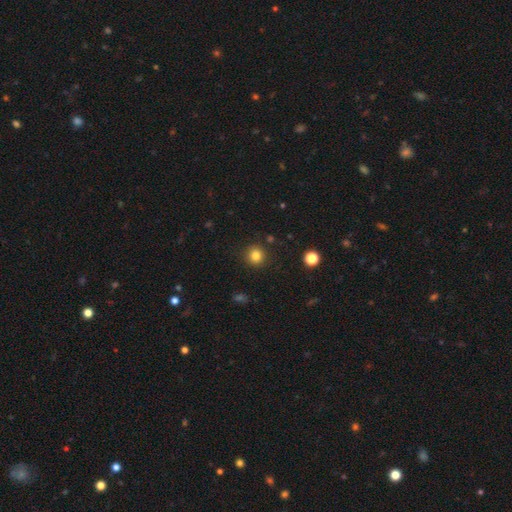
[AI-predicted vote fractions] Overall: smooth (82%). How rounded: round (92%). Merging: none (89%).